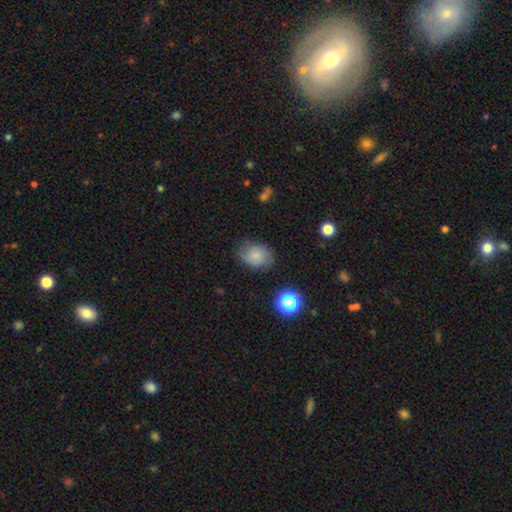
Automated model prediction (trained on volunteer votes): smooth 71%, featured or disk 18%, star or artifact 10%. Down the decision tree: how rounded — in between (64%); merging — none (74%).